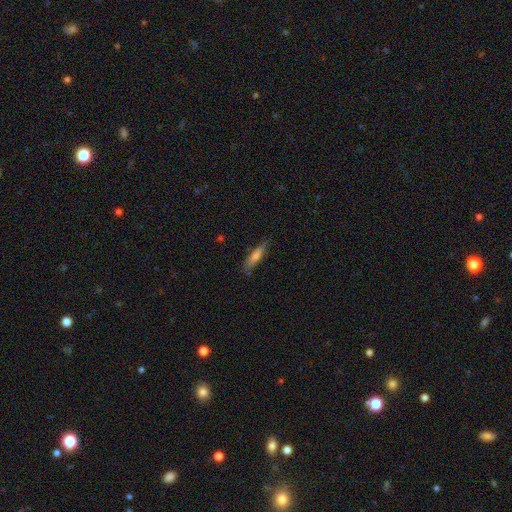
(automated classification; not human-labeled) Smooth or featured?
  - smooth: 73% *
  - featured or disk: 20%
  - star or artifact: 7%
How rounded?
  - cigar-shaped: 76% *
  - in between: 23%
  - round: 2%
Merging?
  - none: 78% *
  - minor disturbance: 17%
  - major disturbance: 3%
  - merger: 2%